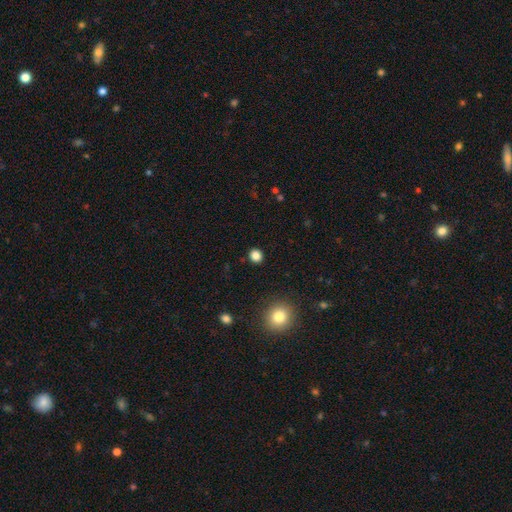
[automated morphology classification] Smooth or featured: smooth — 84% (star or artifact — 13%)
How rounded: round — 84% (in between — 15%)
Merging: none — 91% (minor disturbance — 6%)